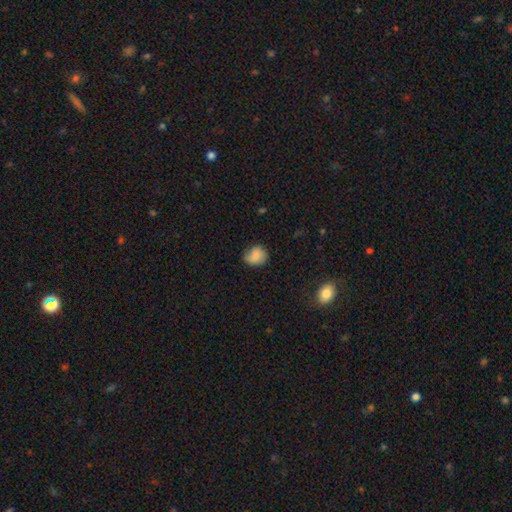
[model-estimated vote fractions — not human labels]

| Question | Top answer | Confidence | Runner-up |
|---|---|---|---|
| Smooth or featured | smooth | 75% | featured or disk (16%) |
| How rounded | round | 71% | in between (28%) |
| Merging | none | 67% | minor disturbance (26%) |